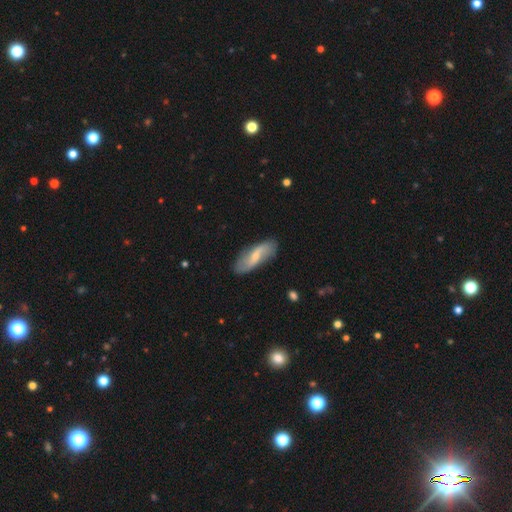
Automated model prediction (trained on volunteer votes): Morphology: type=featured or disk (56%); edge-on=no (87%); merging=none (79%).